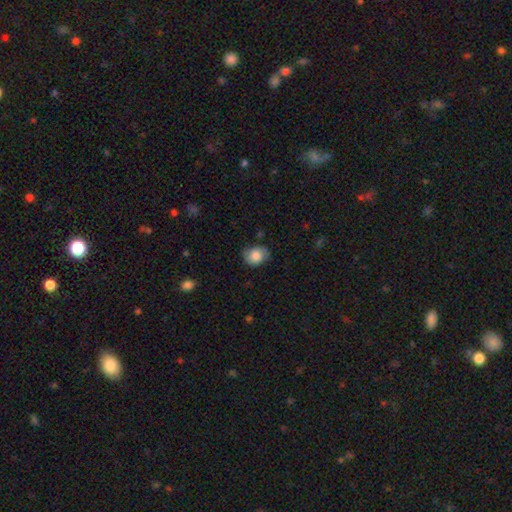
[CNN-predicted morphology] Q: Smooth or featured?
A: smooth (71%); runner-up: featured or disk (21%)
Q: How rounded?
A: round (52%); runner-up: in between (47%)
Q: Merging?
A: none (71%); runner-up: minor disturbance (22%)